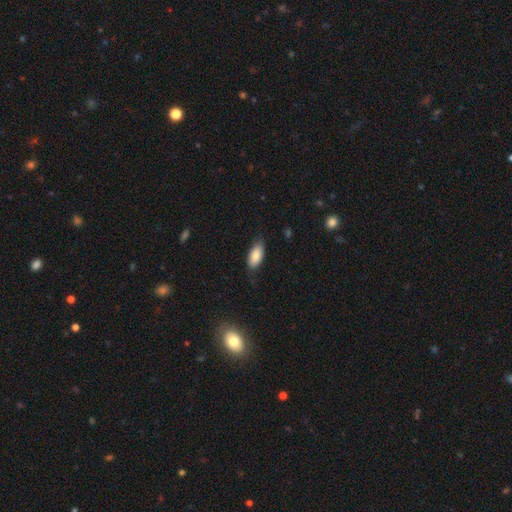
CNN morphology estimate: Smooth or featured: smooth — 85% (featured or disk — 9%)
How rounded: in between — 90% (cigar-shaped — 8%)
Merging: none — 78% (minor disturbance — 17%)